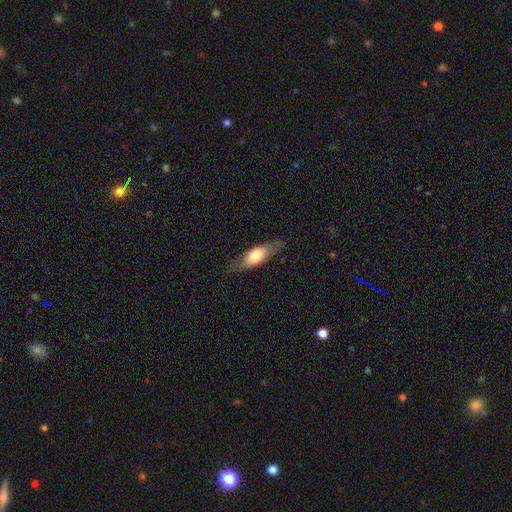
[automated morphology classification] Smooth or featured? Predicted: smooth (p=0.57). How rounded? Predicted: in between (p=0.60). Merging? Predicted: none (p=0.75).